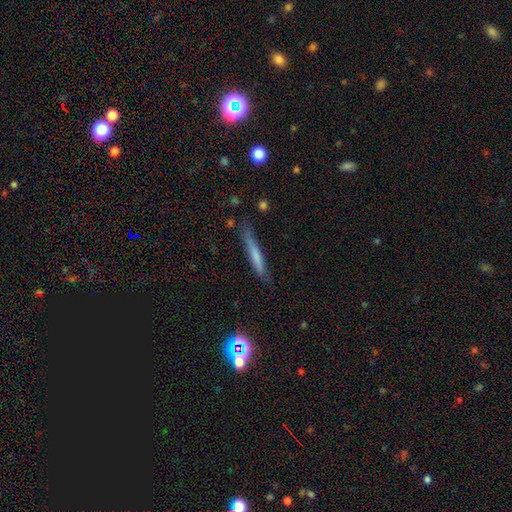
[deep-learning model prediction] This appears to be a smooth galaxy with no disk features (62%) that is cigar-shaped (94%). Merging: none (78%).